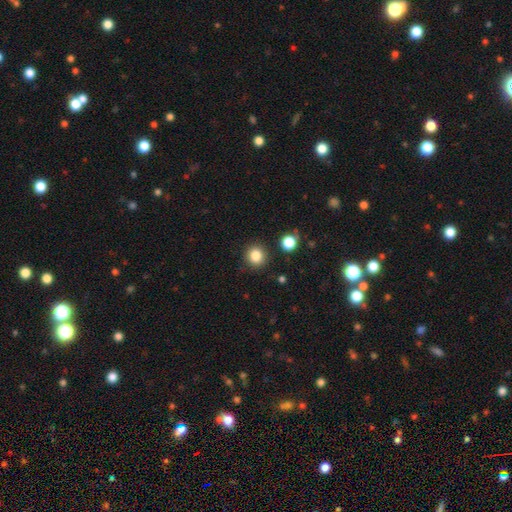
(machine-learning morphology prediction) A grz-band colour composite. It shows a smooth galaxy with no disk features (84%) that is round (90%). Merging: none (89%).